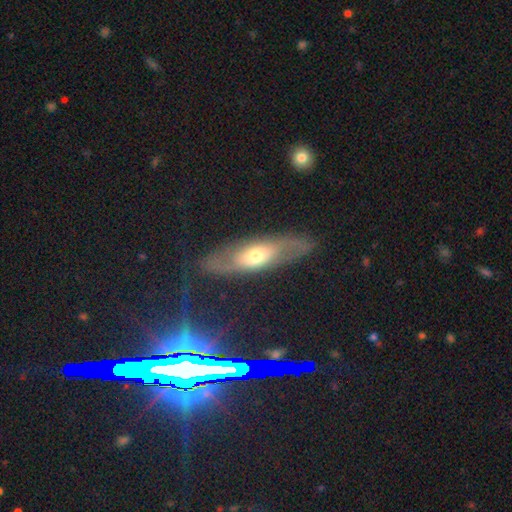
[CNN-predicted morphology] This appears to be a featured or disk galaxy (58%). Merging: none (76%).